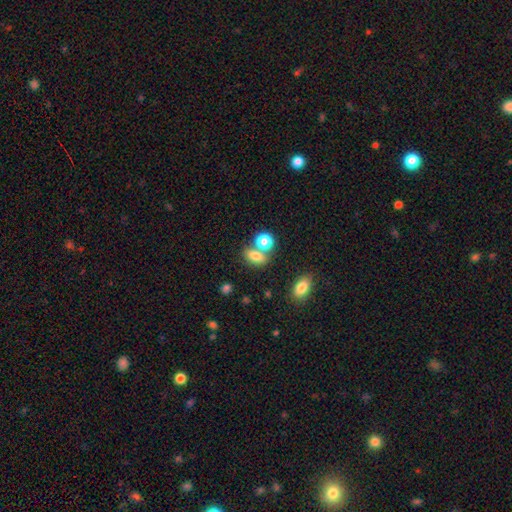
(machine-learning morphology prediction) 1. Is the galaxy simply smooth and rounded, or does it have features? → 78% smooth, 12% star or artifact, 10% featured or disk.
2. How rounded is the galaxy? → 73% in between, 24% round, 4% cigar-shaped.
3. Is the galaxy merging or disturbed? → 50% none, 34% merger, 11% minor disturbance, 5% major disturbance.